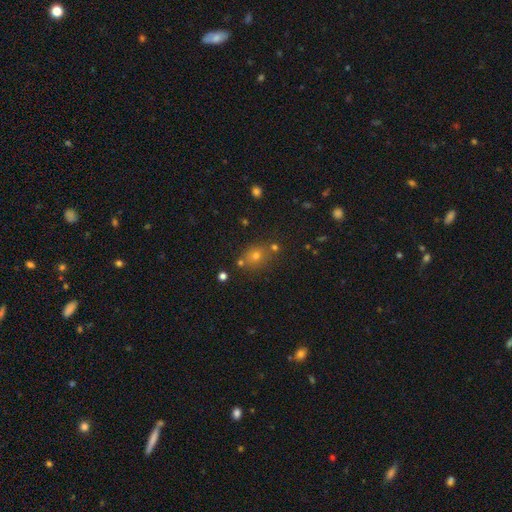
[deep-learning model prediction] A smooth galaxy with no disk features (62%) that is round (72%). Merging: none (73%).